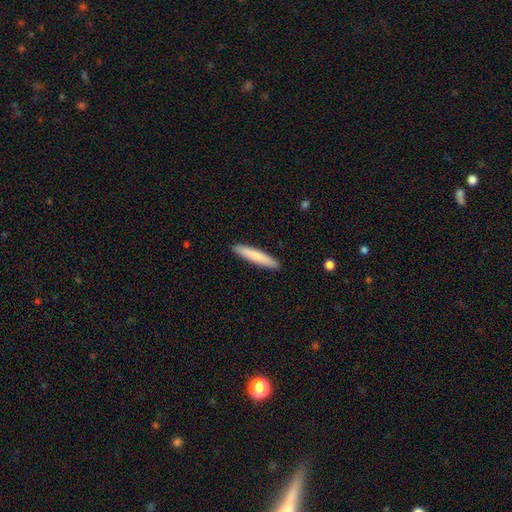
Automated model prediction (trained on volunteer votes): Smooth or featured: smooth — 81% (featured or disk — 14%)
How rounded: cigar-shaped — 92% (in between — 7%)
Merging: none — 91% (minor disturbance — 6%)